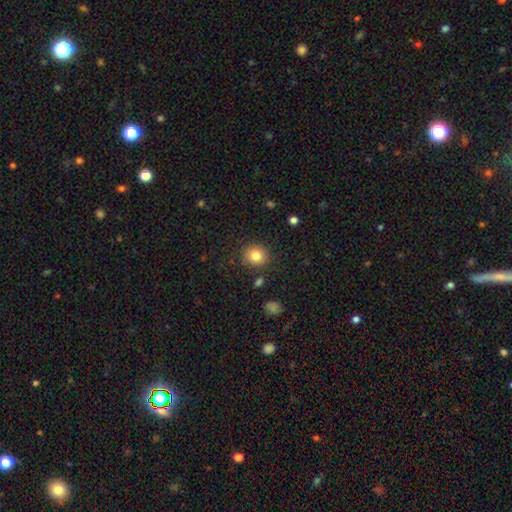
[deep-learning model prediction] Morphology: type=smooth (83%); roundness=round (82%); merging=none (87%).